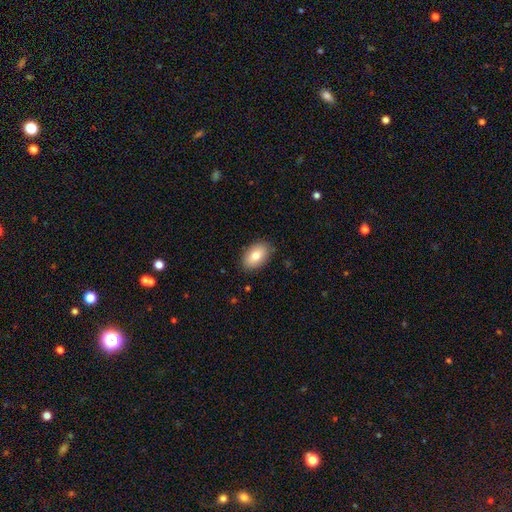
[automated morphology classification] Smooth or featured?
  - smooth: 79% *
  - featured or disk: 14%
  - star or artifact: 8%
How rounded?
  - in between: 89% *
  - round: 10%
  - cigar-shaped: 1%
Merging?
  - none: 86% *
  - minor disturbance: 11%
  - major disturbance: 2%
  - merger: 1%